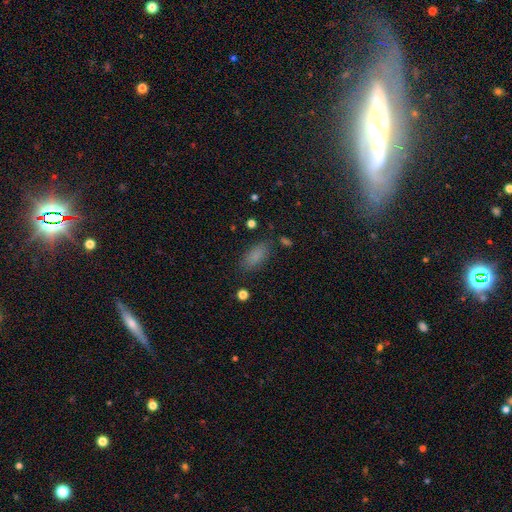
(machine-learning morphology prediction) Smooth or featured?
  - smooth: 82% *
  - star or artifact: 12%
  - featured or disk: 6%
How rounded?
  - in between: 85% *
  - cigar-shaped: 12%
  - round: 3%
Merging?
  - none: 80% *
  - minor disturbance: 13%
  - major disturbance: 4%
  - merger: 3%